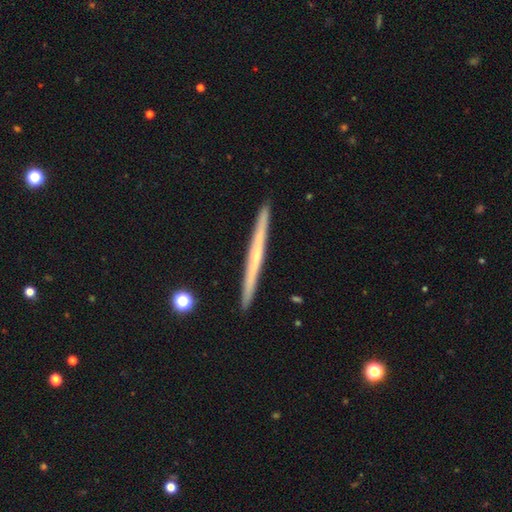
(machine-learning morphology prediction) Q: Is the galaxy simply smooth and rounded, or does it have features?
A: featured or disk — 60%.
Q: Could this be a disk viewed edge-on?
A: yes — 98%.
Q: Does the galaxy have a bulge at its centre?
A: none — 76%.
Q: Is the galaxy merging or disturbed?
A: none — 93%.